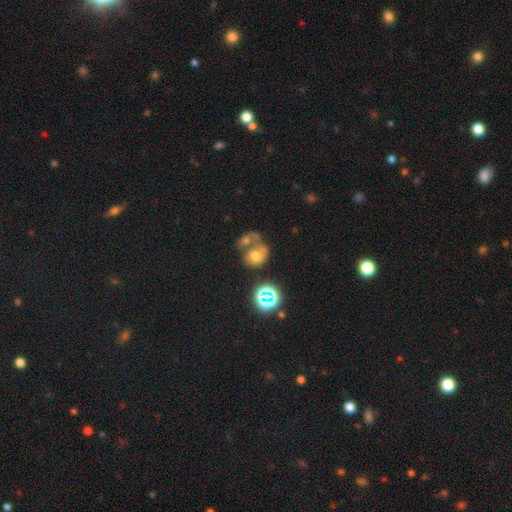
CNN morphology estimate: smooth-or-featured: smooth: 53% | featured or disk: 28% | star or artifact: 18%
  how-rounded: round: 65% | in between: 34% | cigar-shaped: 1%
  merging: merger: 56% | none: 22% | major disturbance: 13% | minor disturbance: 10%